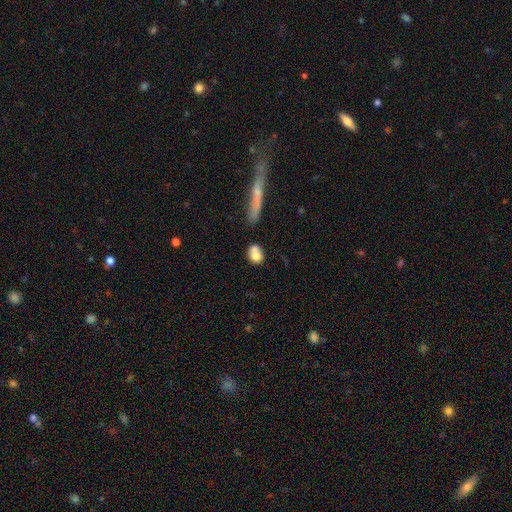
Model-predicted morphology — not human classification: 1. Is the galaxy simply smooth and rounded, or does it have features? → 74% smooth, 17% featured or disk, 9% star or artifact.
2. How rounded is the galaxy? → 48% in between (tied), 48% round (tied), 3% cigar-shaped.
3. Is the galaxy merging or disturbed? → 40% none, 36% merger, 17% minor disturbance, 8% major disturbance.